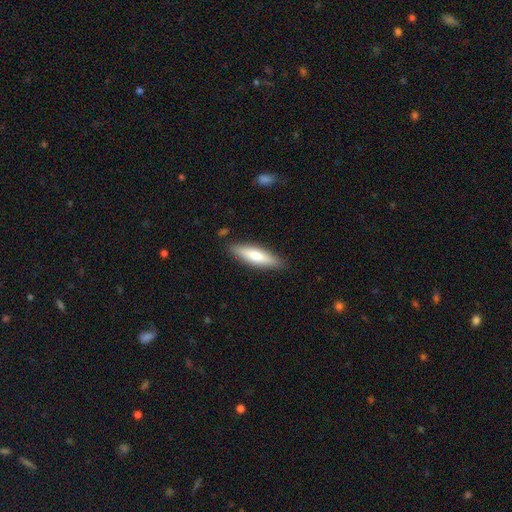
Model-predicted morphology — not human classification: Smooth or featured?
  - smooth: 65% *
  - featured or disk: 30%
  - star or artifact: 5%
How rounded?
  - cigar-shaped: 72% *
  - in between: 27%
  - round: 2%
Merging?
  - none: 86% *
  - minor disturbance: 10%
  - major disturbance: 2%
  - merger: 2%